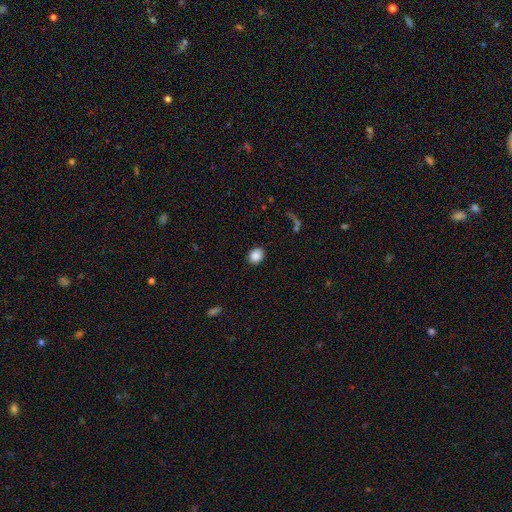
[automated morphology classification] Overall: smooth (87%). How rounded: round (59%; in between 40%). Merging: none (88%).